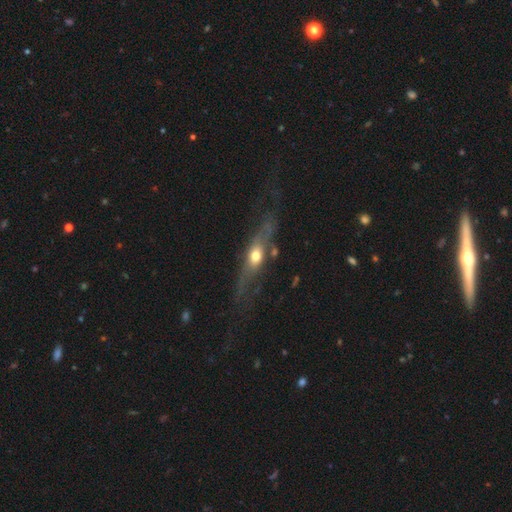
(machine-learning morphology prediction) Overall: featured or disk (66%). Edge-on disk: yes (62%; no 38%). Merging: none (56%; minor disturbance 22%).